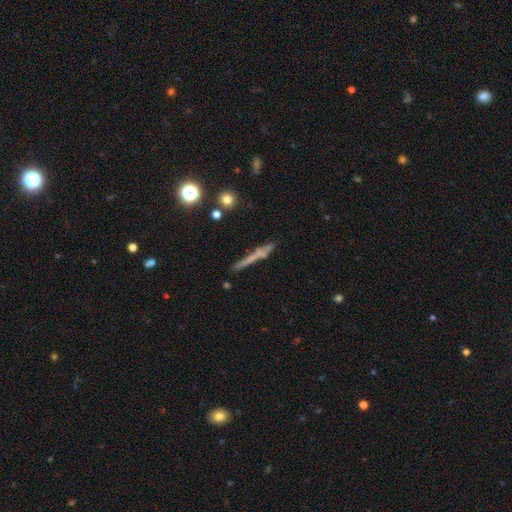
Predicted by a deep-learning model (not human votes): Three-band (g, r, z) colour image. It shows a smooth galaxy with no disk features (48%). Merging: none (77%).